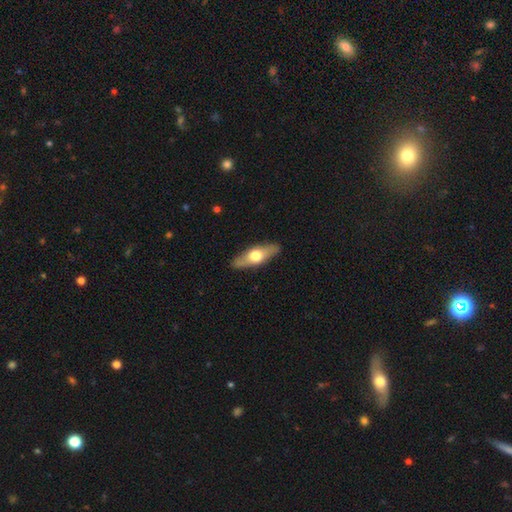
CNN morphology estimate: smooth-or-featured: smooth: 48% | featured or disk: 47% | star or artifact: 5%
  merging: none: 88% | minor disturbance: 9% | major disturbance: 2% | merger: 1%